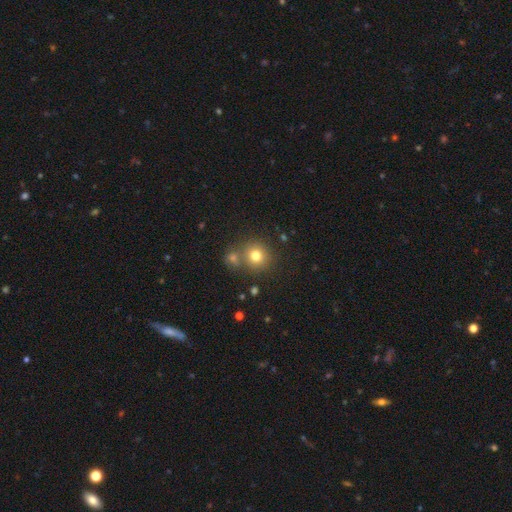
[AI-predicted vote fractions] A smooth galaxy with no disk features (77%) that is round (89%). Merging: none (69%).